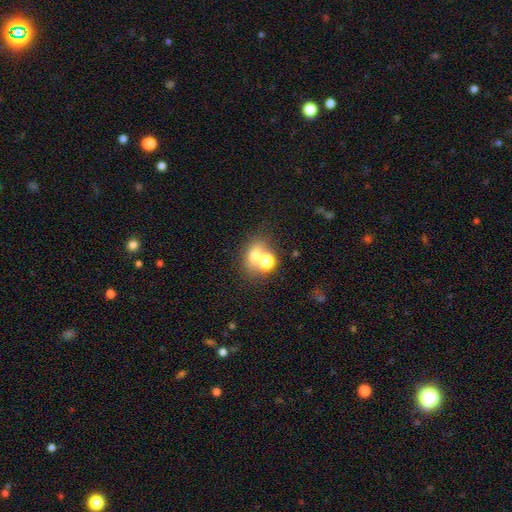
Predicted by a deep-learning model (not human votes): Smooth or featured: smooth — 63% (star or artifact — 20%)
How rounded: round — 51% (in between — 47%)
Merging: none — 47% (merger — 39%)